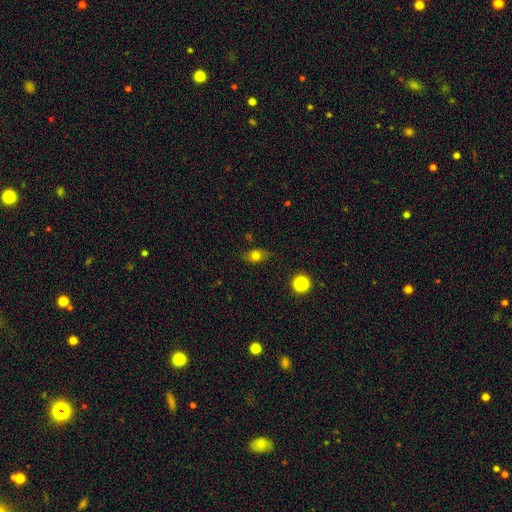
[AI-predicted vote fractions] Overall: smooth (73%). How rounded: in between (67%; round 30%). Merging: none (75%).